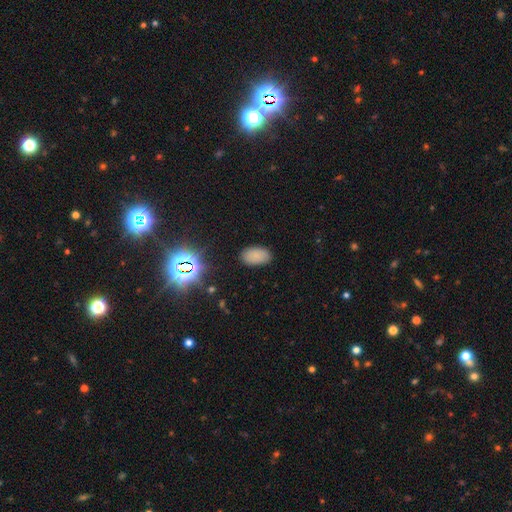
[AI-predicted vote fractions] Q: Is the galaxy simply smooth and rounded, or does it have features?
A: smooth — 80%.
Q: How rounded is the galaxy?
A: in between — 94%.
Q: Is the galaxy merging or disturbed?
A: none — 86%.